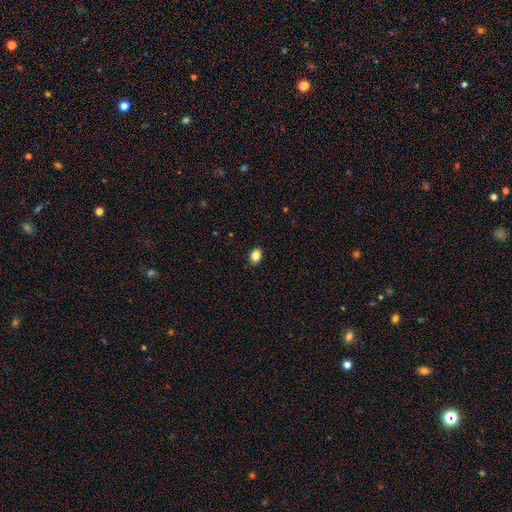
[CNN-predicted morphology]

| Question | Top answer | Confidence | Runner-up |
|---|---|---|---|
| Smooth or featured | smooth | 85% | star or artifact (10%) |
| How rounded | in between | 71% | round (28%) |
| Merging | none | 89% | minor disturbance (8%) |